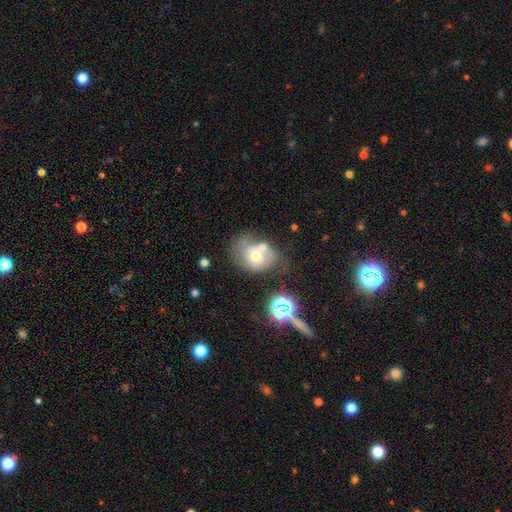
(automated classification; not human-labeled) Smooth or featured? featured or disk (46%)
Merging? none (33%)